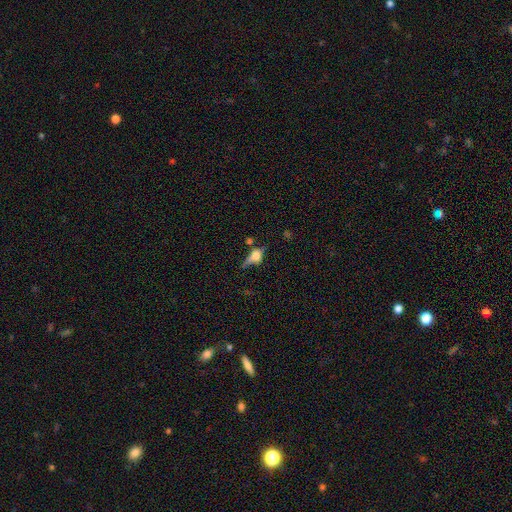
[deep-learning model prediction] A smooth galaxy with no disk features (47%).

Vote fractions:
- Smooth or featured? smooth: 47% / featured or disk: 40% / star or artifact: 14%
- Merging? none: 40% / minor disturbance: 24% / major disturbance: 23% / merger: 13%